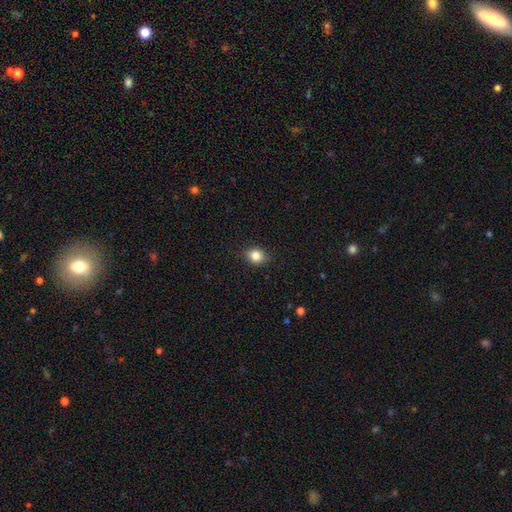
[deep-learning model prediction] smooth 81%, star or artifact 10%, featured or disk 8%. Down the decision tree: how rounded — round (59%); merging — none (84%).